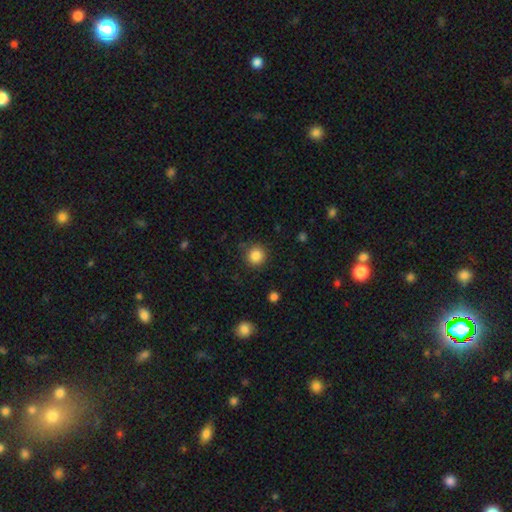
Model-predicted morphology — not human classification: Overall: smooth (85%). How rounded: round (93%). Merging: none (87%).